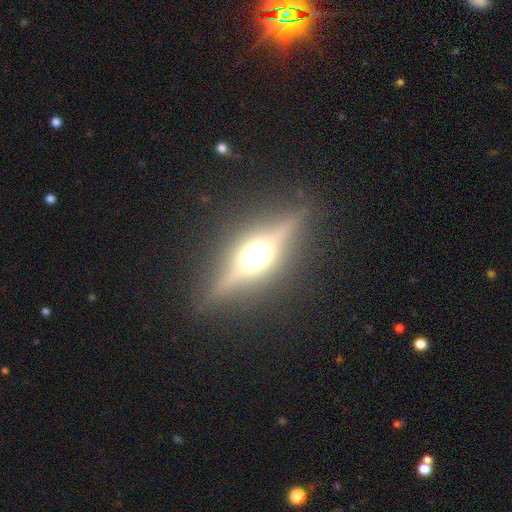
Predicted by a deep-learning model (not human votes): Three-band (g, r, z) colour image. It shows a featured or disk galaxy (71%) viewed edge-on (92%) with a rounded central bulge (93%). Merging: none (86%).